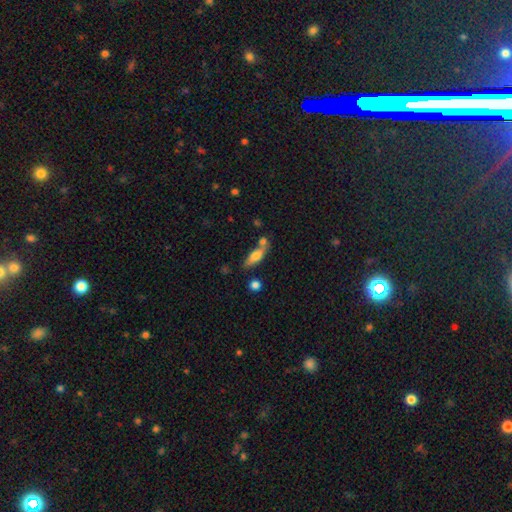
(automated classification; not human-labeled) This appears to be a smooth galaxy with no disk features (68%) that is in between round and cigar-shaped (52%). Merging: none (55%).